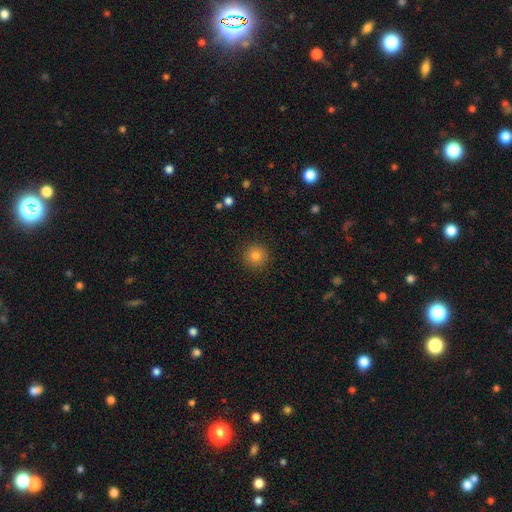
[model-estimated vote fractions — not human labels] A smooth galaxy with no disk features (82%) that is round (95%). Merging: none (91%).